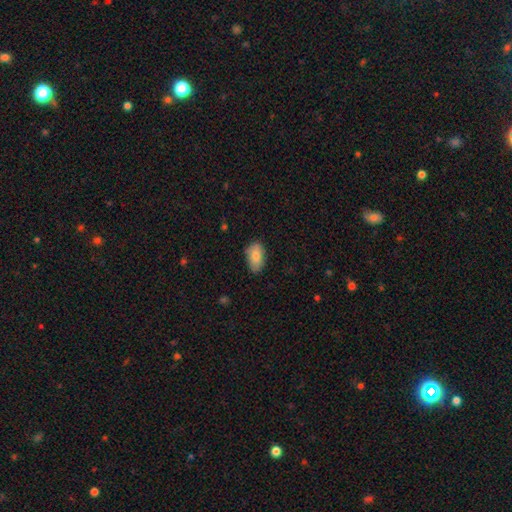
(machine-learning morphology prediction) type=smooth (80%); roundness=in between (91%); merging=none (77%).